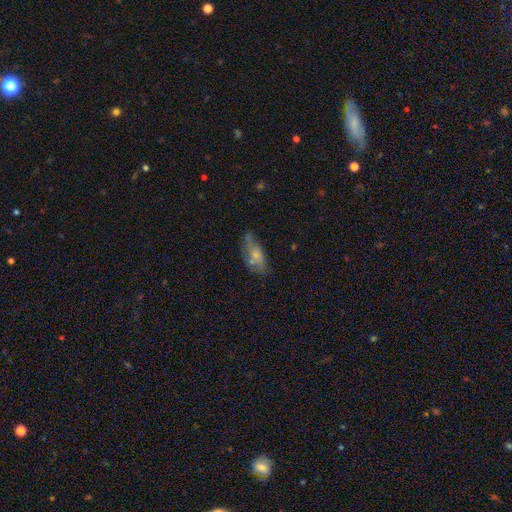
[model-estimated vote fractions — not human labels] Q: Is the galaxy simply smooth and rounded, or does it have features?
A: smooth — 66%.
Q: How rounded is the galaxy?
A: in between — 85%.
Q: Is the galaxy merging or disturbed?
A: none — 43%.